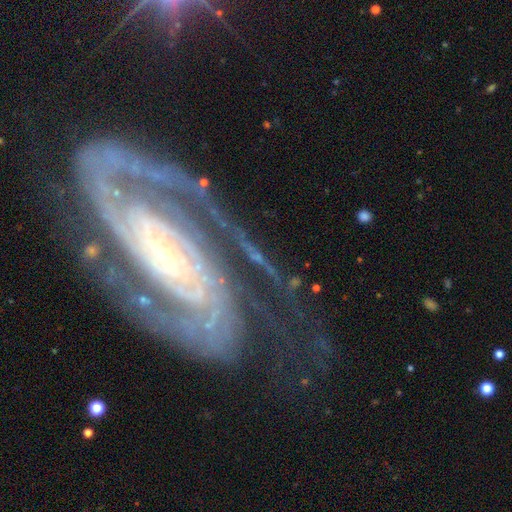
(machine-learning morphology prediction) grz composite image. It shows a featured or disk galaxy (91%) with no bar (52%), 2 (58%) tight (60%) spiral arms (98%) and a small central bulge (83%). Merging: none (65%).